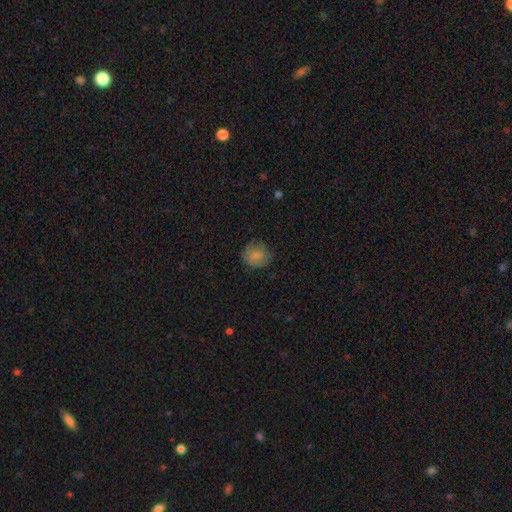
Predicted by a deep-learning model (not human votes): Smooth or featured?
  - smooth: 76% *
  - featured or disk: 14%
  - star or artifact: 10%
How rounded?
  - round: 75% *
  - in between: 24%
  - cigar-shaped: 1%
Merging?
  - none: 71% *
  - minor disturbance: 20%
  - major disturbance: 7%
  - merger: 1%